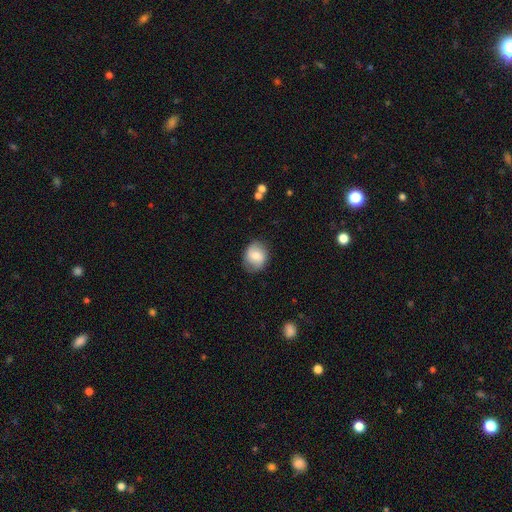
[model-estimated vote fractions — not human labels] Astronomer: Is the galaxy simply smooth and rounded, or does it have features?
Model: smooth — 67%.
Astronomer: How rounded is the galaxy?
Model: round — 64%.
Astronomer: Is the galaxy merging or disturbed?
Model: none — 82%.